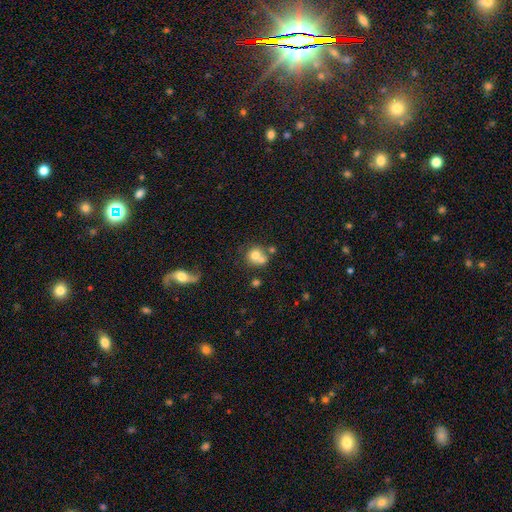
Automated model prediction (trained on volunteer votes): Smooth or featured?
  - smooth: 72% *
  - featured or disk: 18%
  - star or artifact: 11%
How rounded?
  - round: 78% *
  - in between: 21%
  - cigar-shaped: 1%
Merging?
  - merger: 46% *
  - none: 36%
  - minor disturbance: 11%
  - major disturbance: 7%